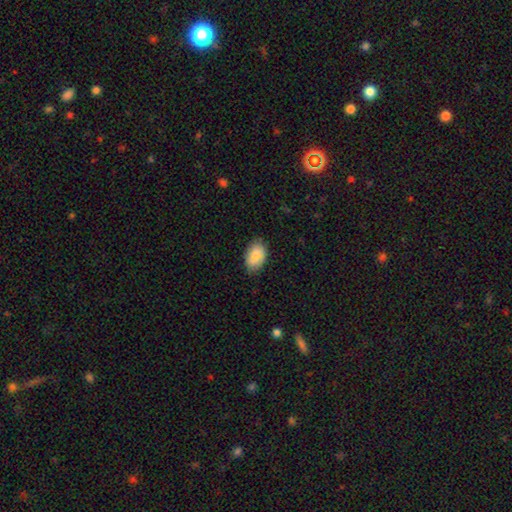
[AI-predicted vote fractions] Smooth or featured: smooth — 85% (featured or disk — 9%)
How rounded: in between — 90% (round — 8%)
Merging: none — 78% (minor disturbance — 17%)